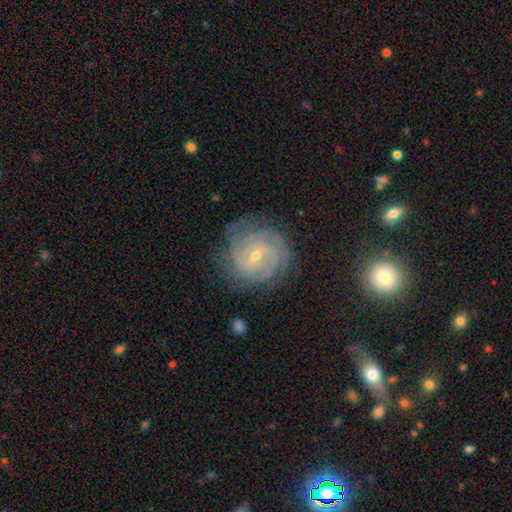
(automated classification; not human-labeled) Smooth or featured?
  - featured or disk: 84% *
  - smooth: 9%
  - star or artifact: 7%
Edge-on disk?
  - no: 97% *
  - yes: 3%
Bar?
  - weak: 52% *
  - no: 33%
  - strong: 15%
Spiral arms?
  - yes: 96% *
  - no: 4%
Spiral winding?
  - tight: 75% *
  - medium: 21%
  - loose: 4%
Spiral arm count?
  - can't tell: 34% *
  - 4: 20%
  - 3: 17%
  - 2: 14%
  - more than 4: 8%
  - 1: 6%
Bulge size?
  - small: 65% *
  - moderate: 32%
  - large: 1%
  - none: 1%
  - dominant: 1%
Merging?
  - none: 77% *
  - minor disturbance: 15%
  - major disturbance: 6%
  - merger: 1%